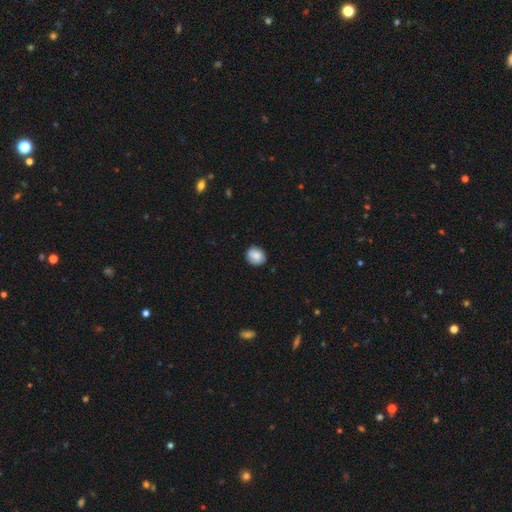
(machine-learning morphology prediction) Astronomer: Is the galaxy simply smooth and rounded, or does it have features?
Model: smooth — 80%.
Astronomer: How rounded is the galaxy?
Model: round — 76%.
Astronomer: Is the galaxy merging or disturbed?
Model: none — 80%.